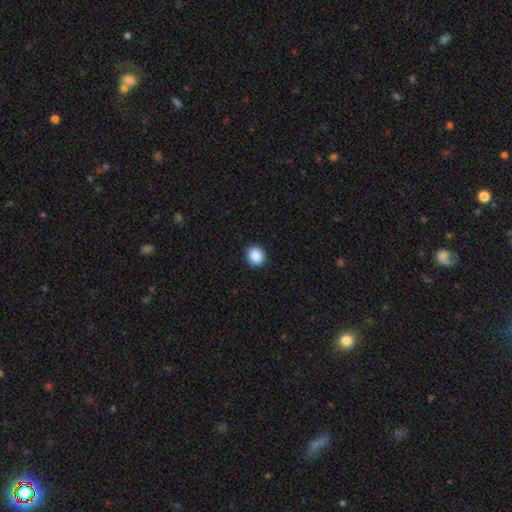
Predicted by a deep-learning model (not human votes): Smooth or featured? Predicted: smooth (p=0.89). How rounded? Predicted: round (p=0.74). Merging? Predicted: none (p=0.92).